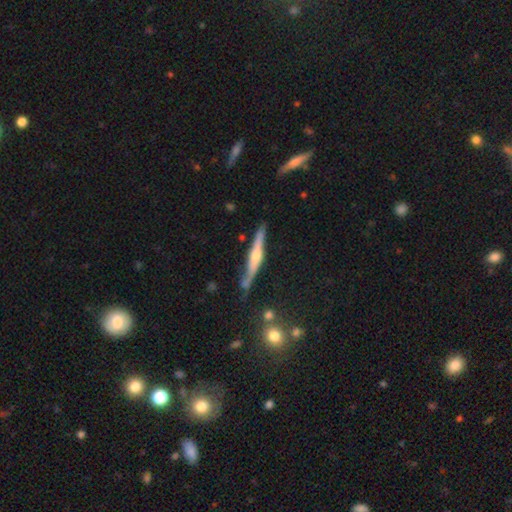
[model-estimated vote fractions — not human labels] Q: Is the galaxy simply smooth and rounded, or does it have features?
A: featured or disk — 73%.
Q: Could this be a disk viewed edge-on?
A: yes — 95%.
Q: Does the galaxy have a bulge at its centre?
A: rounded — 81%.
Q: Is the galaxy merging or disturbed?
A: none — 77%.